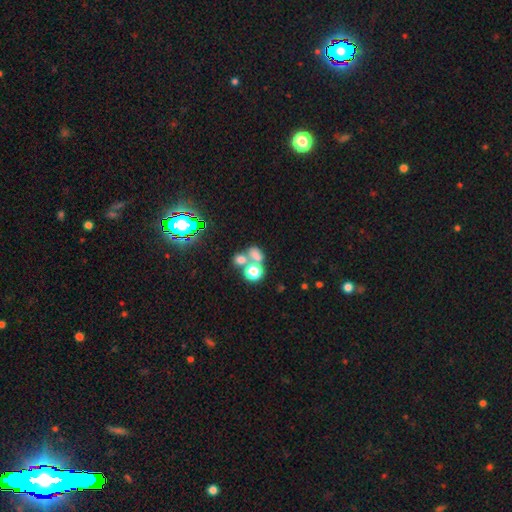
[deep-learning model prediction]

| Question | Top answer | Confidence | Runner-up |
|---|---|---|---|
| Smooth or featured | smooth | 65% | star or artifact (22%) |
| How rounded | in between | 51% | round (47%) |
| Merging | merger | 53% | none (33%) |